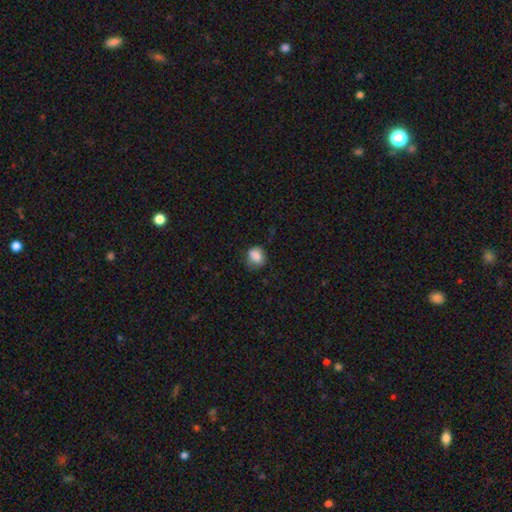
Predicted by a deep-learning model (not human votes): This appears to be a smooth galaxy with no disk features (84%) that is round (56%). Merging: none (59%).